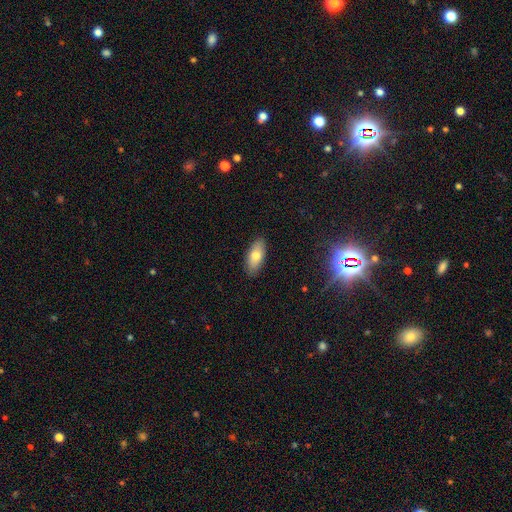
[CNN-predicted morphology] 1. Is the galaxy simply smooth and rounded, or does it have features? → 76% smooth, 17% featured or disk, 7% star or artifact.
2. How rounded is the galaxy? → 84% in between, 14% cigar-shaped, 3% round.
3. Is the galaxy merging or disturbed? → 89% none, 9% minor disturbance, 2% major disturbance, 1% merger.